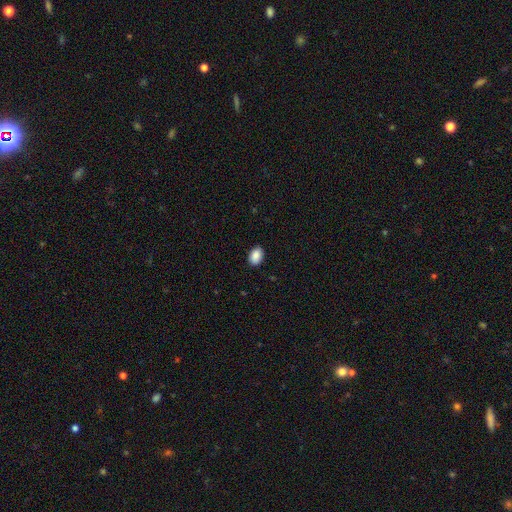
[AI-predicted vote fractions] smooth 89%, star or artifact 8%, featured or disk 4%. Down the decision tree: how rounded — in between (83%); merging — none (89%).